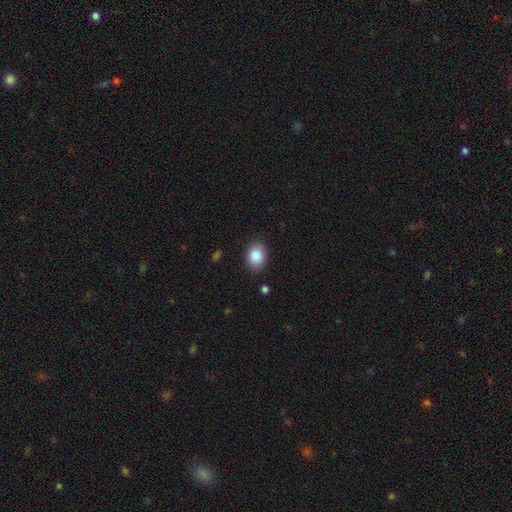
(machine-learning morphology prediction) The model was most divided on "how rounded": in between: 62%, round: 37%, cigar-shaped: 1%. More confident: smooth or featured — smooth (88%); merging — none (85%).